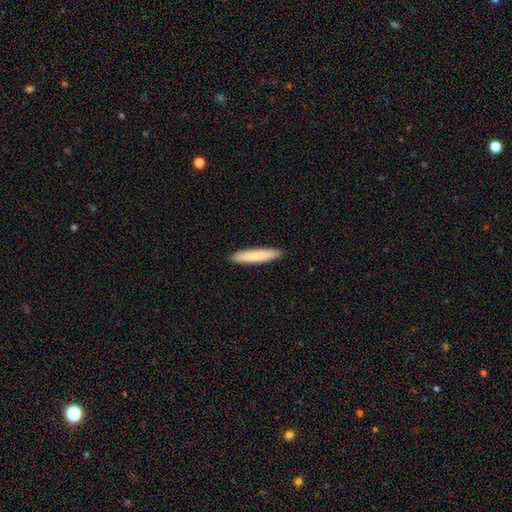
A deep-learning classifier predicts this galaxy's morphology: This is clearly a smooth galaxy (82%). How rounded: clearly cigar-shaped (91%). Merging: clearly none (92%).